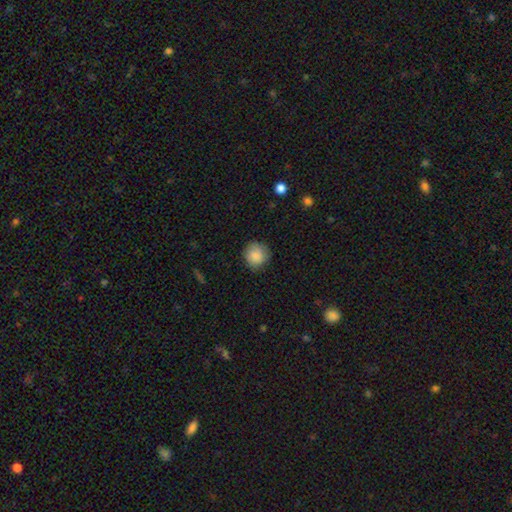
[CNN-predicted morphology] smooth 87%, star or artifact 8%, featured or disk 5%. Down the decision tree: how rounded — round (90%); merging — none (82%).